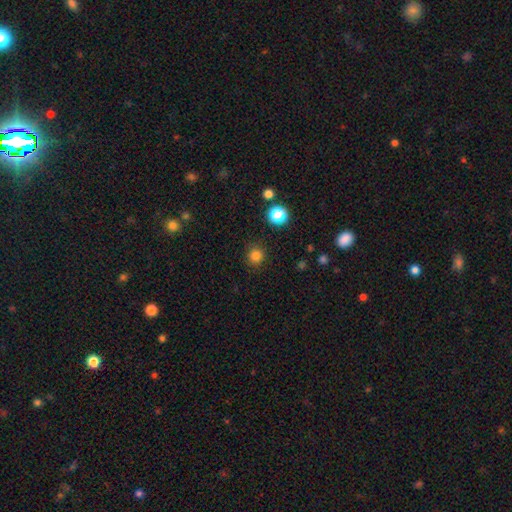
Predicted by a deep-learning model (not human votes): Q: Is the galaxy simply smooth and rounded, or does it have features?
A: smooth — 82%.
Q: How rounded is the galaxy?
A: round — 93%.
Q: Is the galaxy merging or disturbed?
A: none — 89%.